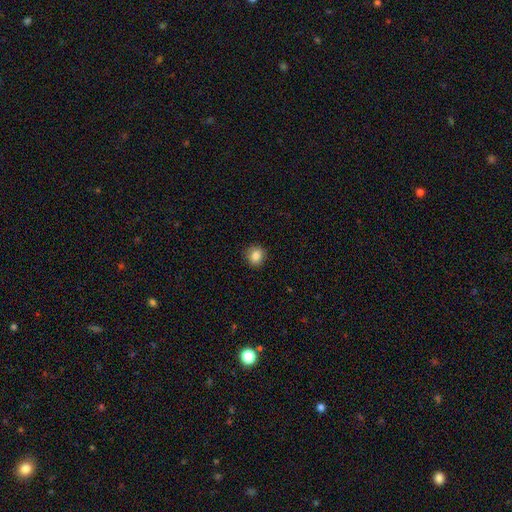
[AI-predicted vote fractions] smooth-or-featured: smooth: 85% | star or artifact: 10% | featured or disk: 5%
  how-rounded: round: 84% | in between: 15% | cigar-shaped: 1%
  merging: none: 87% | minor disturbance: 9% | major disturbance: 2% | merger: 1%